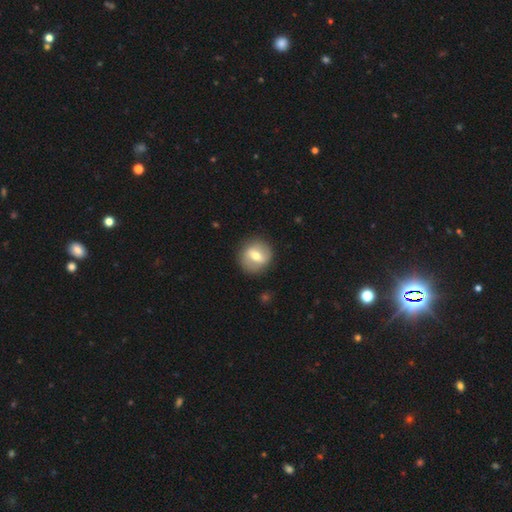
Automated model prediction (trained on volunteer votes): Overall: featured or disk (47%; smooth 46%). Merging: none (87%).